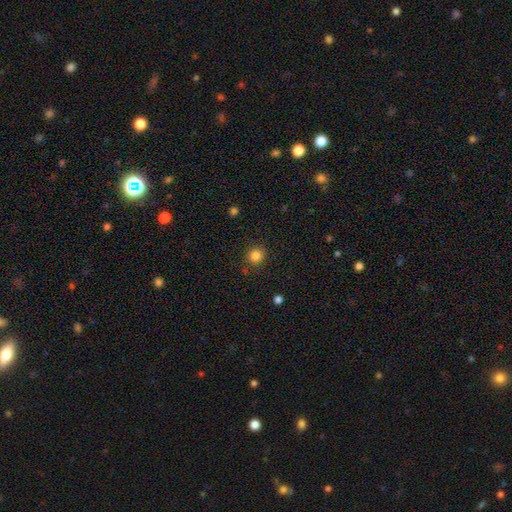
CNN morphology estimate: A smooth galaxy with no disk features (84%) that is round (90%). Merging: none (87%).